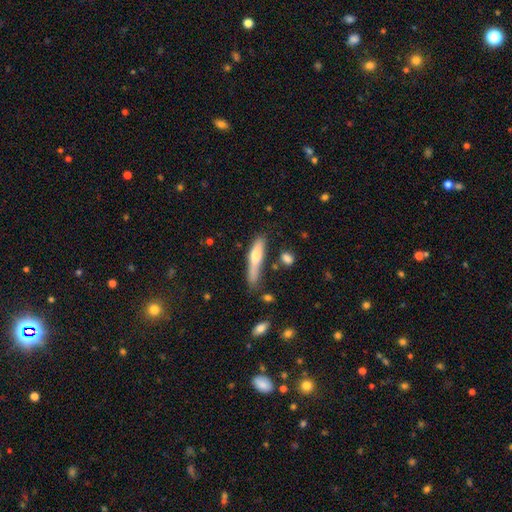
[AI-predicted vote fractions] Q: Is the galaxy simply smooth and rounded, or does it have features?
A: smooth — 63%.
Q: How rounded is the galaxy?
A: cigar-shaped — 81%.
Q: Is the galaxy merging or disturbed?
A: none — 57%.